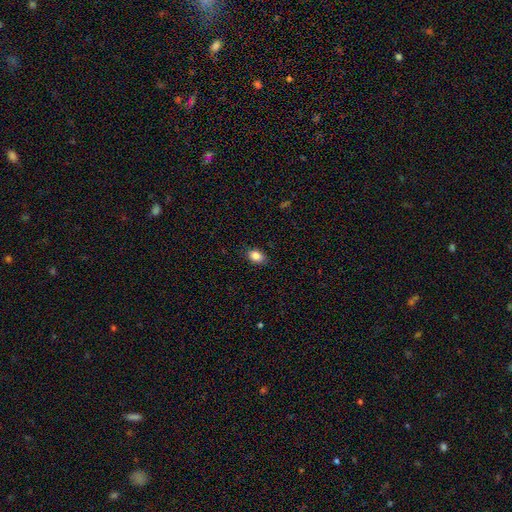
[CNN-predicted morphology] This appears to be a smooth galaxy with no disk features (85%) that is in between round and cigar-shaped (79%). Merging: none (83%).